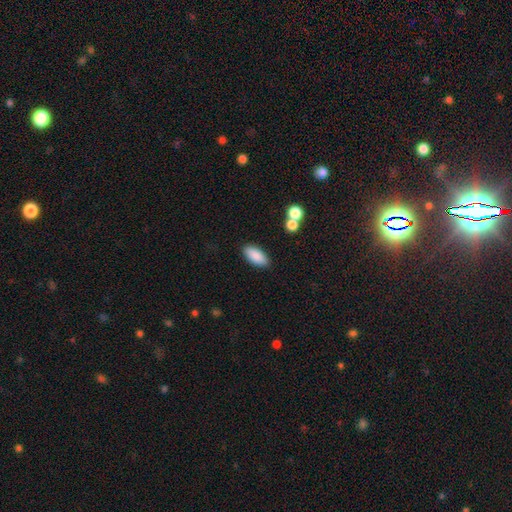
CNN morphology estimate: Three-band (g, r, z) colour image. It shows a smooth galaxy with no disk features (88%) that is in between round and cigar-shaped (87%). Merging: none (86%).